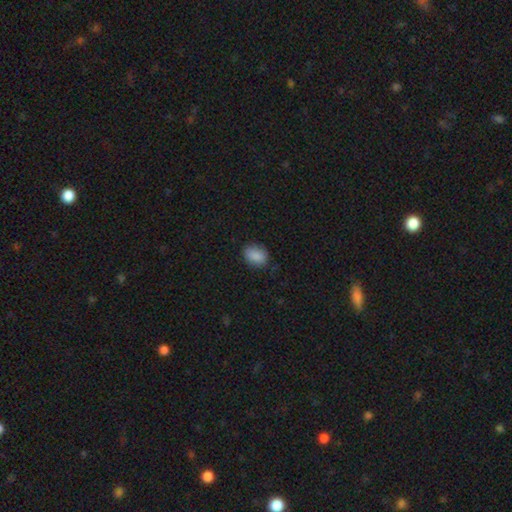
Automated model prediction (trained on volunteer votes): Smooth or featured? smooth (87%)
How rounded? in between (68%)
Merging? none (79%)